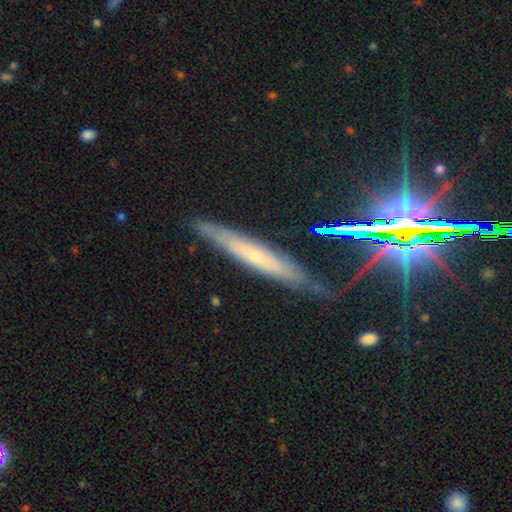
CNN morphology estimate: Smooth or featured? Predicted: featured or disk (p=0.52). Edge-on disk? Predicted: yes (p=0.82). Merging? Predicted: none (p=0.81).